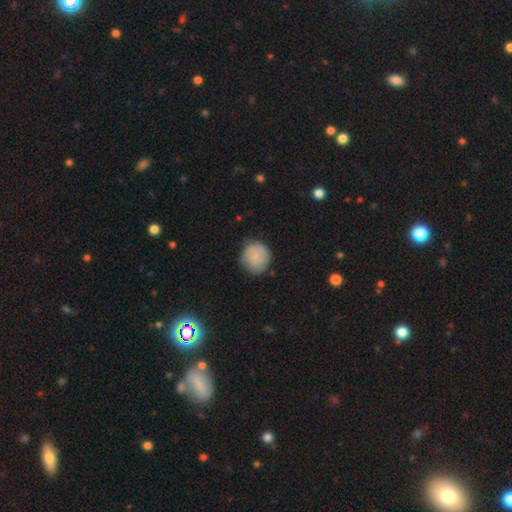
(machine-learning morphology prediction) This is clearly a smooth galaxy (82%). How rounded: clearly round (88%). Merging: likely none (76%).